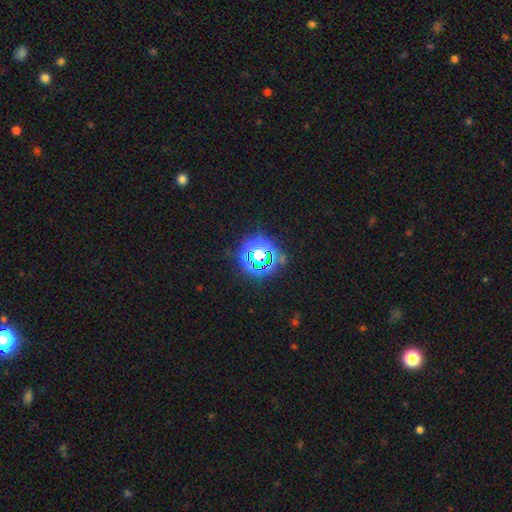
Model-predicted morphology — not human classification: This is likely a star or artifact rather than a galaxy (68%).